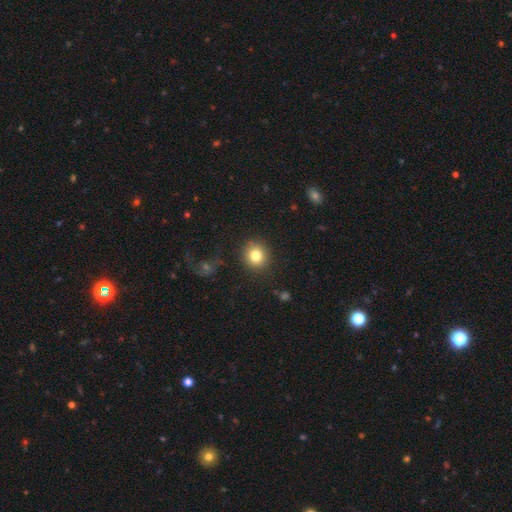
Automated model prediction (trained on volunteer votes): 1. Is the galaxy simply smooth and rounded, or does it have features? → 82% smooth, 11% star or artifact, 7% featured or disk.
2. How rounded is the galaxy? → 86% round, 13% in between, 1% cigar-shaped.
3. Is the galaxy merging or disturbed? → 88% none, 7% minor disturbance, 3% major disturbance, 2% merger.